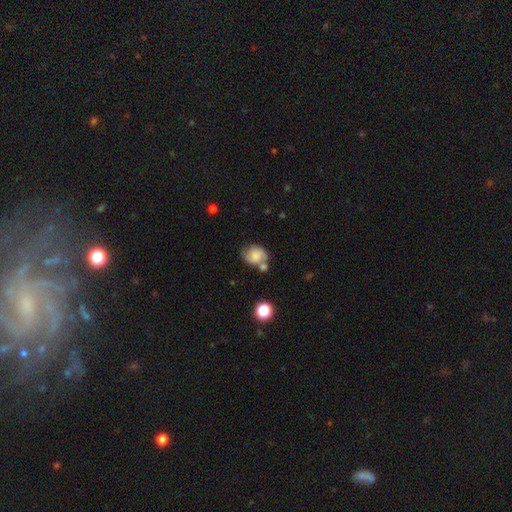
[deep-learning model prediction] smooth-or-featured: smooth: 49% | featured or disk: 41% | star or artifact: 10%
  merging: none: 44% | merger: 24% | minor disturbance: 23% | major disturbance: 9%